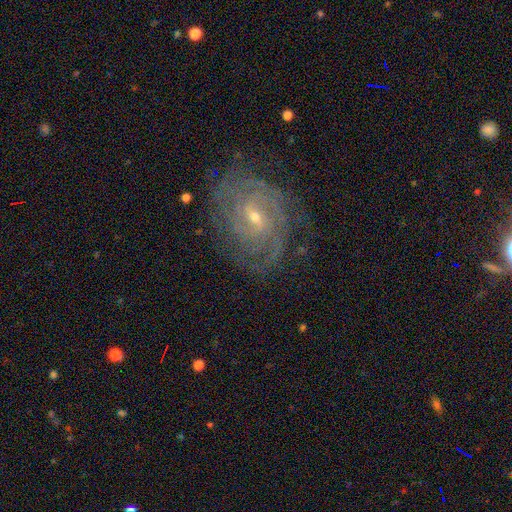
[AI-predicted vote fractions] Morphology: type=featured or disk (71%); edge-on=no (96%); bar=no (48%); spiral arms=yes (93%); winding=tight (71%); arm count=can't tell (41%); bulge=small (64%); merging=none (79%).